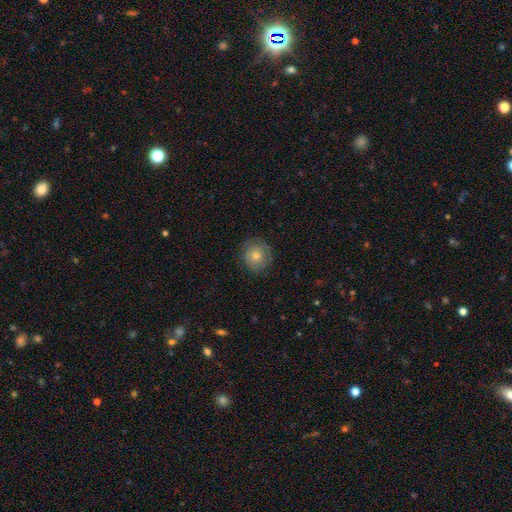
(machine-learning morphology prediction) This is likely a smooth galaxy (64%). How rounded: clearly round (91%). Merging: clearly none (84%).